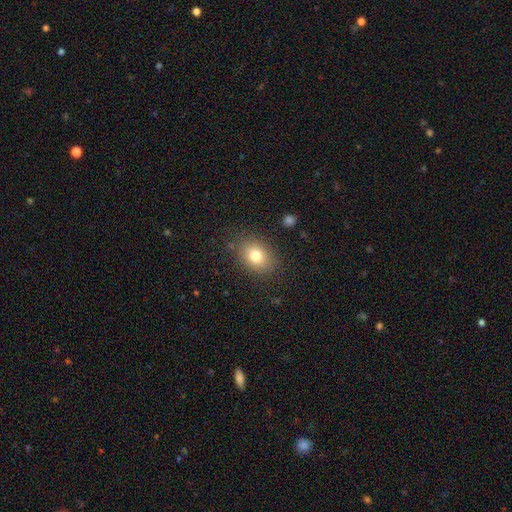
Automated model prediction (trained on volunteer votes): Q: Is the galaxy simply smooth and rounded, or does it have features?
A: smooth — 78%.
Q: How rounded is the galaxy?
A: in between — 64%.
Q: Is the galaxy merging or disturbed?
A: none — 83%.